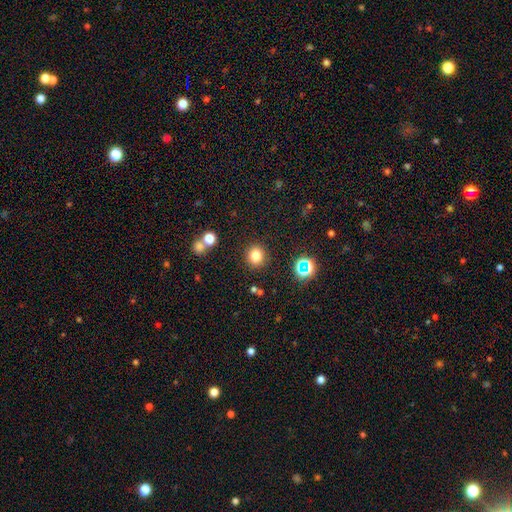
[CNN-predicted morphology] smooth-or-featured: smooth: 78% | star or artifact: 15% | featured or disk: 7%
  how-rounded: round: 89% | in between: 10% | cigar-shaped: 1%
  merging: none: 87% | minor disturbance: 7% | merger: 3% | major disturbance: 3%